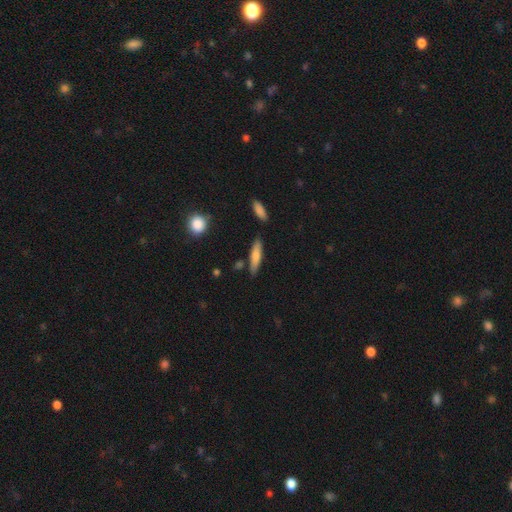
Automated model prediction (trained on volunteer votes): Smooth or featured? Predicted: smooth (p=0.73). How rounded? Predicted: cigar-shaped (p=0.78). Merging? Predicted: none (p=0.80).